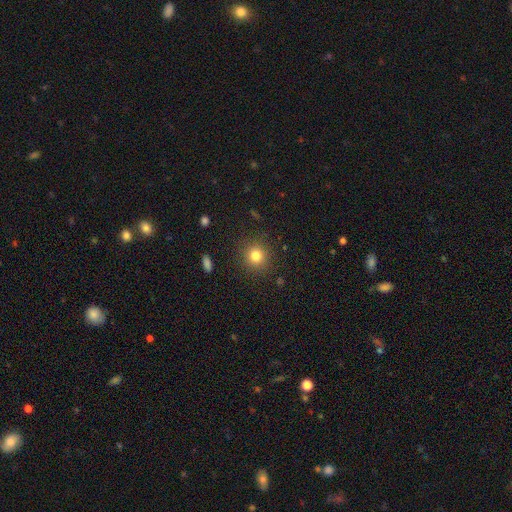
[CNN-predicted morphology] Smooth or featured?
  - smooth: 81% *
  - star or artifact: 13%
  - featured or disk: 7%
How rounded?
  - round: 89% *
  - in between: 10%
  - cigar-shaped: 1%
Merging?
  - none: 89% *
  - minor disturbance: 7%
  - major disturbance: 3%
  - merger: 1%